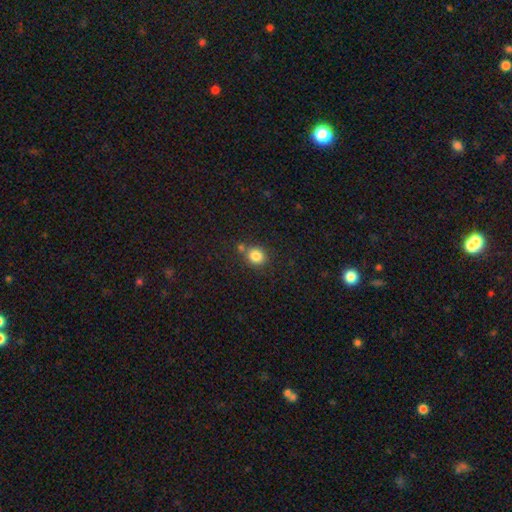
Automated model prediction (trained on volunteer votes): This is clearly a smooth galaxy (83%). How rounded: likely round (75%). Merging: likely none (70%).